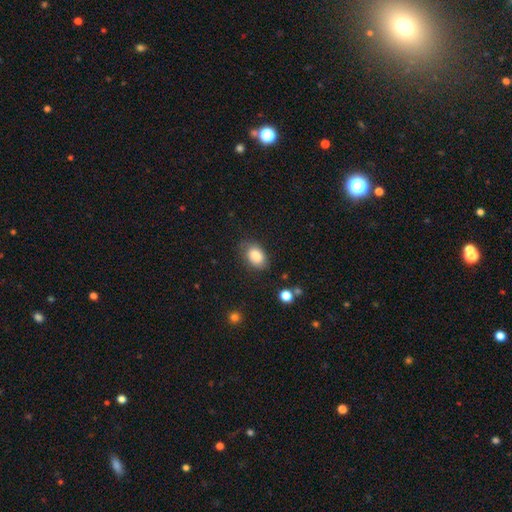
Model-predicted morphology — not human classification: smooth 84%, featured or disk 9%, star or artifact 8%. Down the decision tree: how rounded — in between (84%); merging — none (70%).